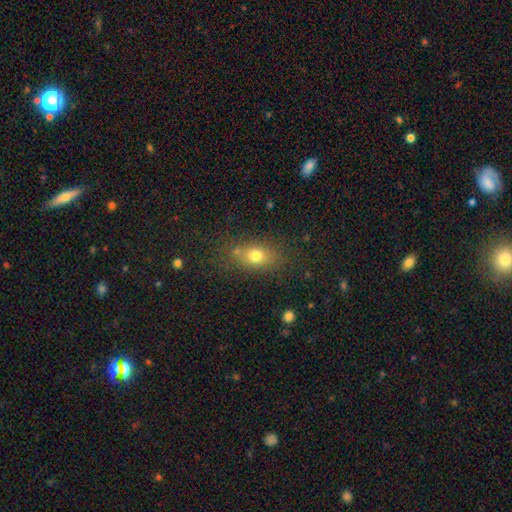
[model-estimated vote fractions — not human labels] Smooth or featured? smooth (74%)
How rounded? in between (67%)
Merging? none (73%)